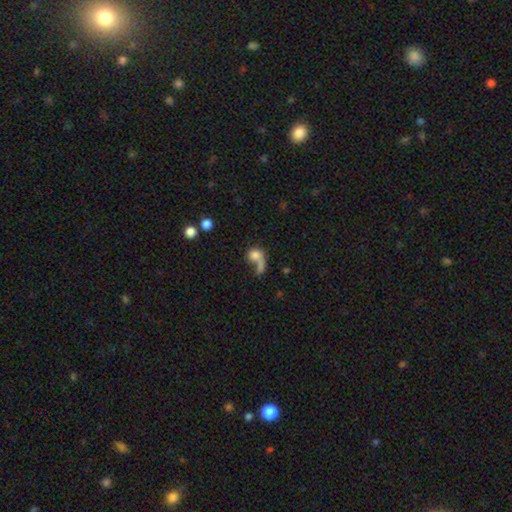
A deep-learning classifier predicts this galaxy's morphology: Smooth or featured?
  - smooth: 69% *
  - featured or disk: 20%
  - star or artifact: 11%
How rounded?
  - round: 58% *
  - in between: 38%
  - cigar-shaped: 4%
Merging?
  - merger: 43% *
  - none: 25%
  - major disturbance: 22%
  - minor disturbance: 10%